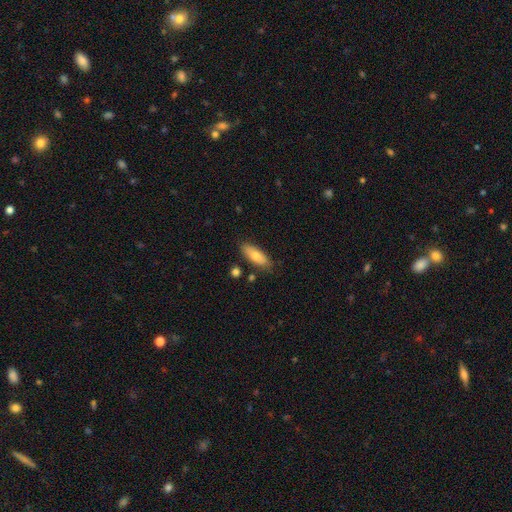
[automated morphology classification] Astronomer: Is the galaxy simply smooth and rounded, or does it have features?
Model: smooth — 74%.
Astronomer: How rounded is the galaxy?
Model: in between — 71%.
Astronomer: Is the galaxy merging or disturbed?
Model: none — 82%.